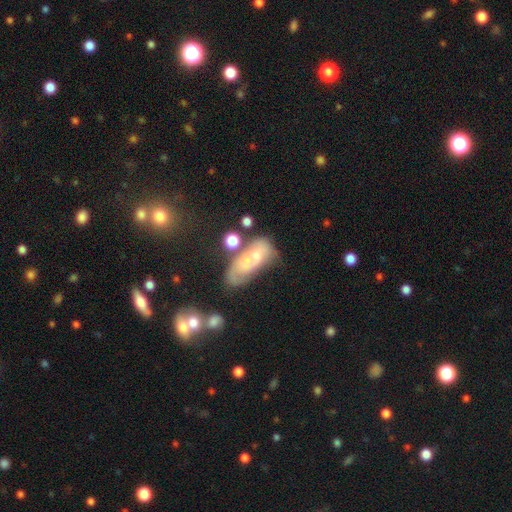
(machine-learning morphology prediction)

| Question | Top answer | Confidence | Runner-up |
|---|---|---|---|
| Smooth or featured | featured or disk | 47% | smooth (41%) |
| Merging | none | 30% | merger (28%) |